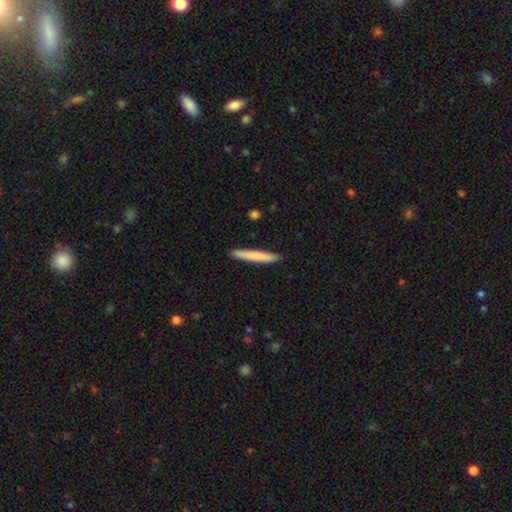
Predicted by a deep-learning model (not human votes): The model was most divided on "smooth or featured": smooth: 76%, featured or disk: 19%, star or artifact: 5%. More confident: how rounded — cigar-shaped (96%); merging — none (90%).